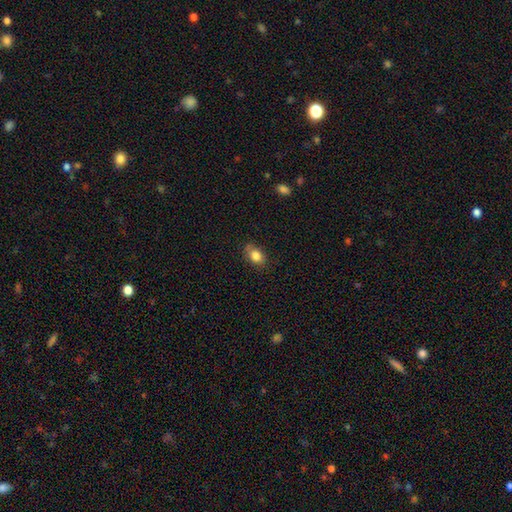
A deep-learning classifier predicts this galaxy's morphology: This appears to be a smooth galaxy with no disk features (83%) that is in between round and cigar-shaped (75%). Merging: none (73%).